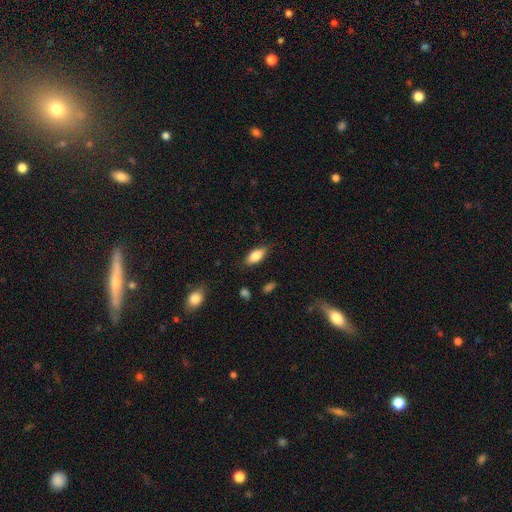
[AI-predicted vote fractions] Smooth or featured? smooth (83%)
How rounded? in between (87%)
Merging? none (84%)